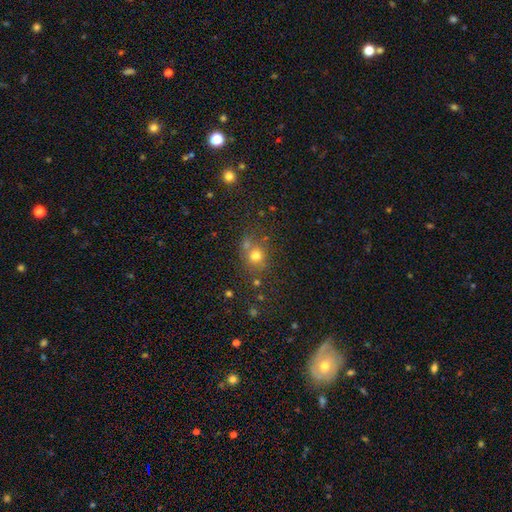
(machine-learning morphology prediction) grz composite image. It shows a smooth galaxy with no disk features (73%) that is round (80%). Merging: none (65%).